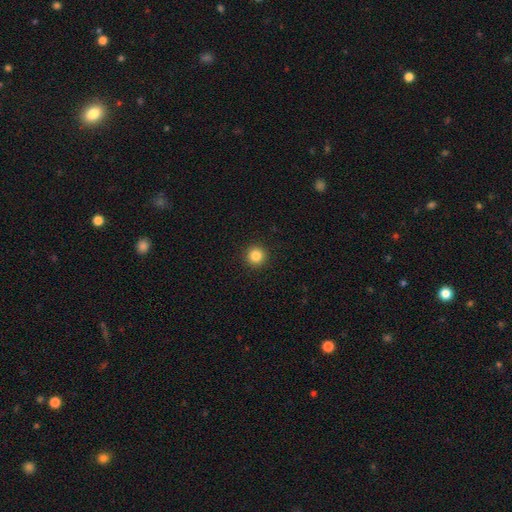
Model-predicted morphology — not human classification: A smooth galaxy with no disk features (85%) that is round (96%).

Vote fractions:
- Smooth or featured? smooth: 85% / star or artifact: 11% / featured or disk: 4%
- How rounded? round: 96% / in between: 3% / cigar-shaped: 1%
- Merging? none: 93% / minor disturbance: 4% / major disturbance: 2% / merger: 1%